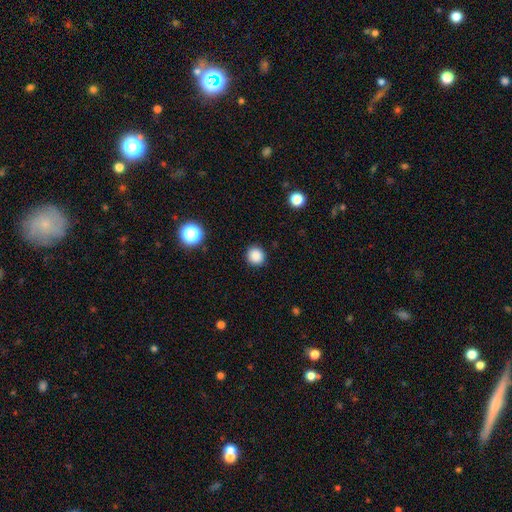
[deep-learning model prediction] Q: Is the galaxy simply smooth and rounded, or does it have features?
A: smooth — 86%.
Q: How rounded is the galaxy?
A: round — 93%.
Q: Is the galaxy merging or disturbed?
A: none — 91%.